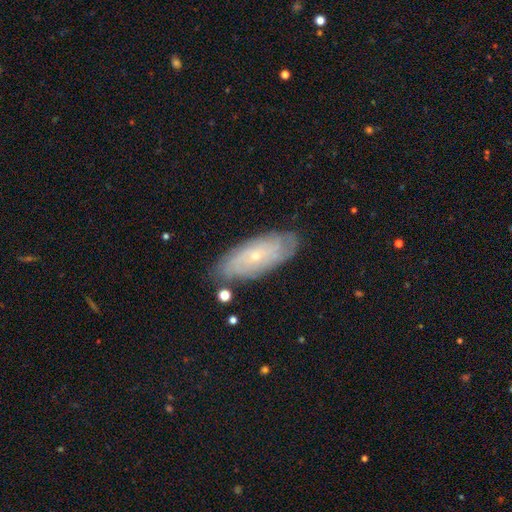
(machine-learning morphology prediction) A featured or disk galaxy (64%) with no bar (81%), spiral arms (80%) and a small central bulge (83%). Merging: none (81%).